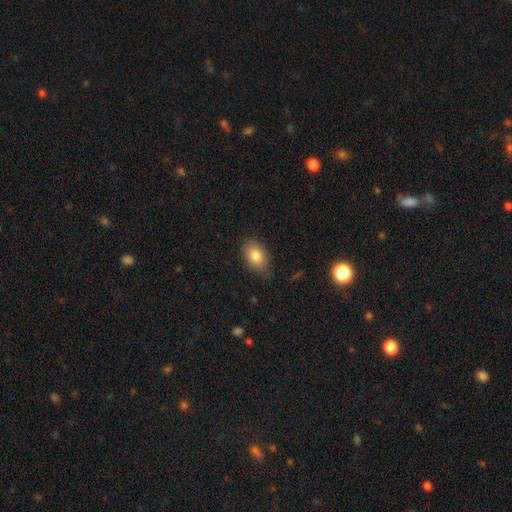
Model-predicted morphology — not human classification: type=smooth (81%); roundness=in between (80%); merging=none (75%).